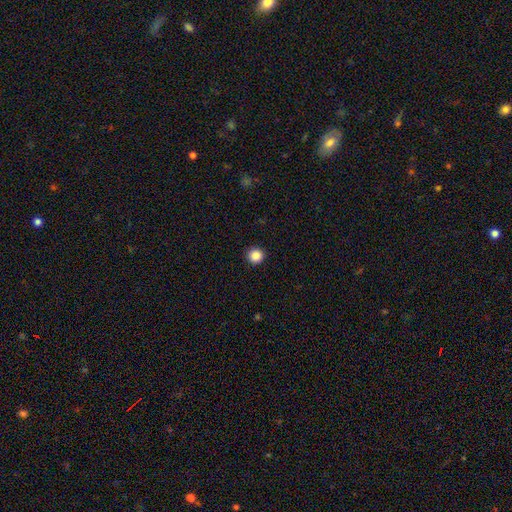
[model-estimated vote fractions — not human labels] Morphology: type=smooth (87%); roundness=round (96%); merging=none (93%).